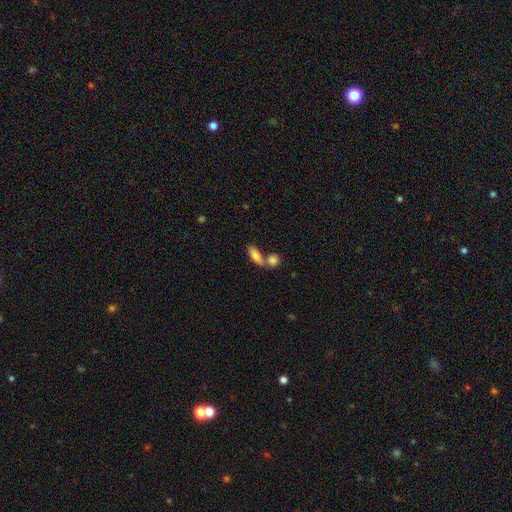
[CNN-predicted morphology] The model was most divided on "merging": merger: 44%, none: 42%, minor disturbance: 10%, major disturbance: 4%. More confident: smooth or featured — smooth (80%); how rounded — in between (72%).